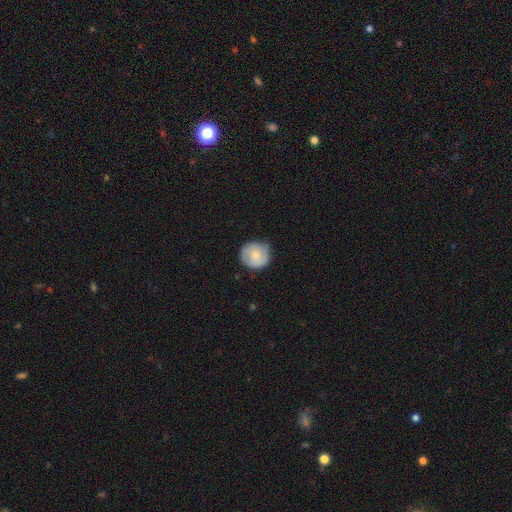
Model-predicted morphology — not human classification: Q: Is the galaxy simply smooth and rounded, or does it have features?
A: smooth — 61%.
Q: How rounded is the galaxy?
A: round — 91%.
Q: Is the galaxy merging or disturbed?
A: none — 76%.